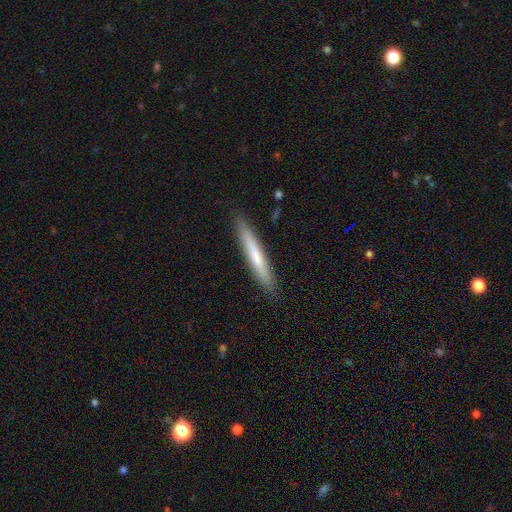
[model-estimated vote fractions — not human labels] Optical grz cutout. It shows a smooth galaxy with no disk features (65%) that is cigar-shaped (95%). Merging: none (89%).